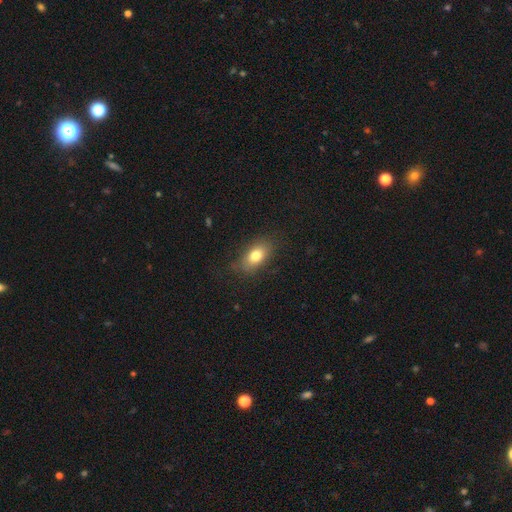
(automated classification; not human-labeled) Smooth or featured: smooth — 78% (featured or disk — 13%)
How rounded: in between — 85% (round — 11%)
Merging: none — 78% (minor disturbance — 16%)